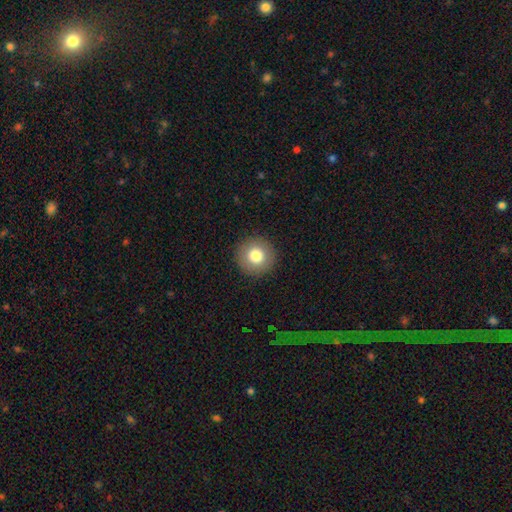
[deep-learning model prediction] Q: Smooth or featured?
A: smooth (79%); runner-up: featured or disk (11%)
Q: How rounded?
A: round (95%); runner-up: in between (4%)
Q: Merging?
A: none (92%); runner-up: minor disturbance (5%)